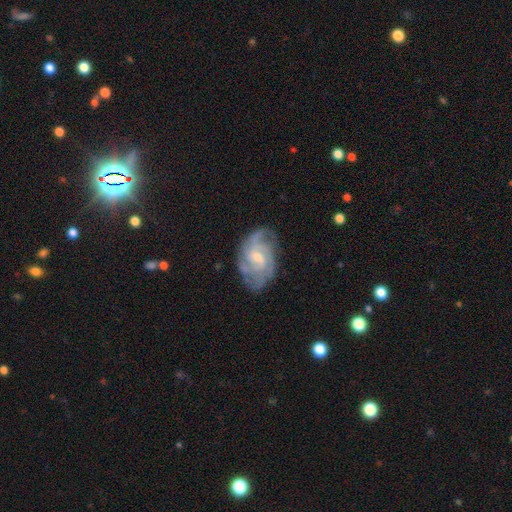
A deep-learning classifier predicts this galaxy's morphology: Smooth or featured: featured or disk — 85% (smooth — 9%)
Edge-on disk: no — 97% (yes — 3%)
Bar: weak — 48% (no — 43%)
Spiral arms: yes — 96% (no — 4%)
Spiral winding: tight — 50% (medium — 40%)
Spiral arm count: 3 — 29% (can't tell — 24%)
Bulge size: small — 50% (moderate — 42%)
Merging: none — 72% (minor disturbance — 19%)